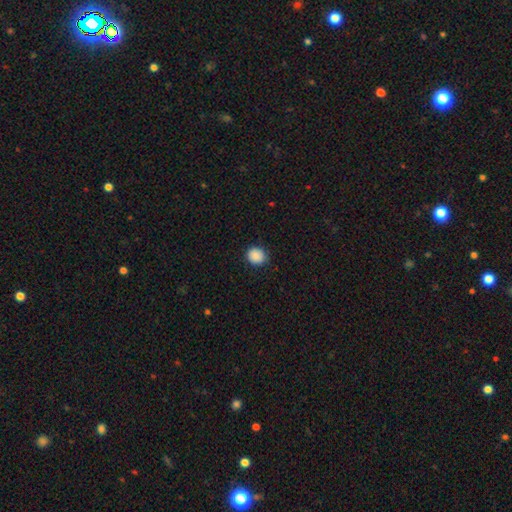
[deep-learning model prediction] smooth-or-featured: smooth: 88% | star or artifact: 8% | featured or disk: 3%
  how-rounded: round: 79% | in between: 20% | cigar-shaped: 1%
  merging: none: 87% | minor disturbance: 10% | major disturbance: 2% | merger: 1%